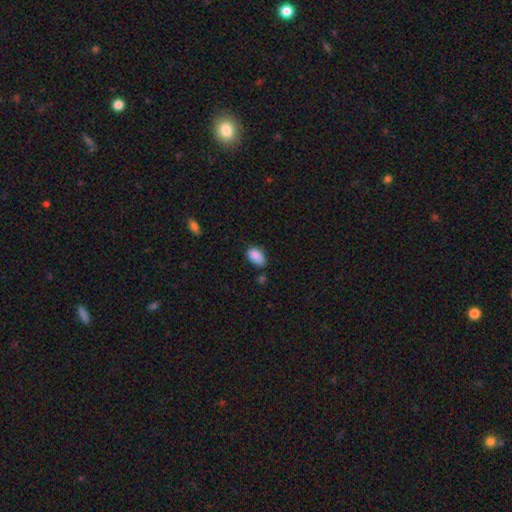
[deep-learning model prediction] Q: Smooth or featured?
A: smooth (89%); runner-up: star or artifact (8%)
Q: How rounded?
A: in between (93%); runner-up: round (5%)
Q: Merging?
A: none (67%); runner-up: minor disturbance (25%)